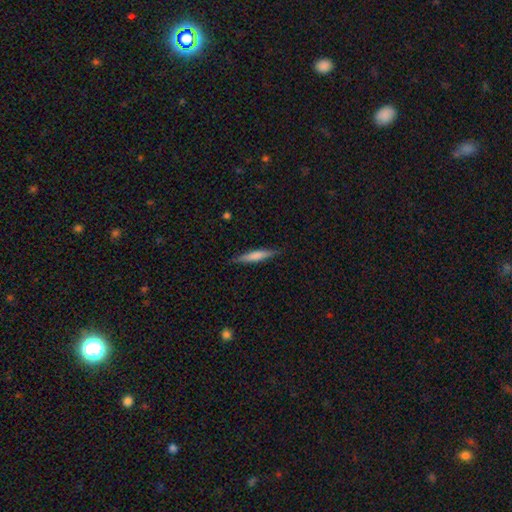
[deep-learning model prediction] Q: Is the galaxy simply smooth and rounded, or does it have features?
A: smooth — 66%.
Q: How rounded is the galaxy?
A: cigar-shaped — 90%.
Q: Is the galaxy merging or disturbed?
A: none — 87%.